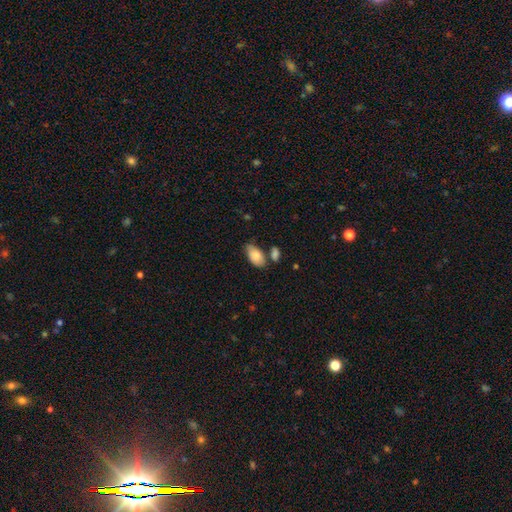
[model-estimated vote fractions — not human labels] Overall: smooth (81%). How rounded: in between (94%). Merging: none (59%; minor disturbance 21%).